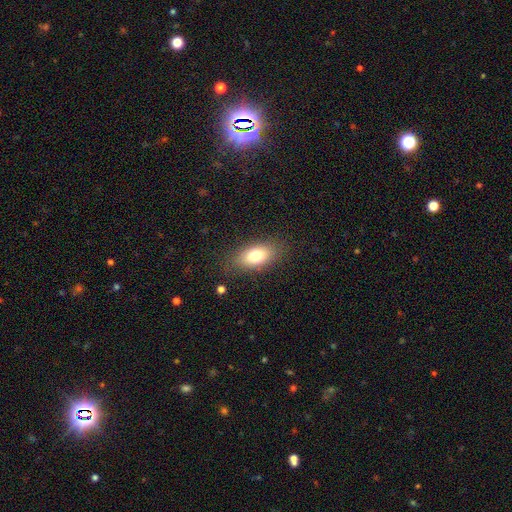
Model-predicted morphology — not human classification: Smooth or featured: smooth — 77% (featured or disk — 14%)
How rounded: in between — 87% (cigar-shaped — 7%)
Merging: none — 82% (minor disturbance — 12%)